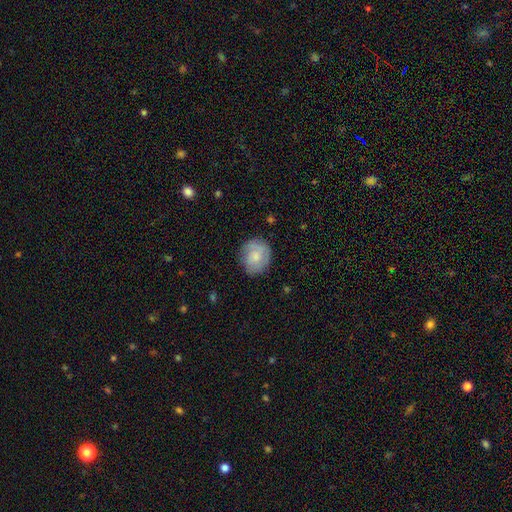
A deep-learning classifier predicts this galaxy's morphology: A smooth galaxy with no disk features (63%) that is round (69%).

Vote fractions:
- Smooth or featured? smooth: 63% / featured or disk: 30% / star or artifact: 7%
- How rounded? round: 69% / in between: 30% / cigar-shaped: 1%
- Merging? none: 75% / minor disturbance: 19% / major disturbance: 5% / merger: 1%